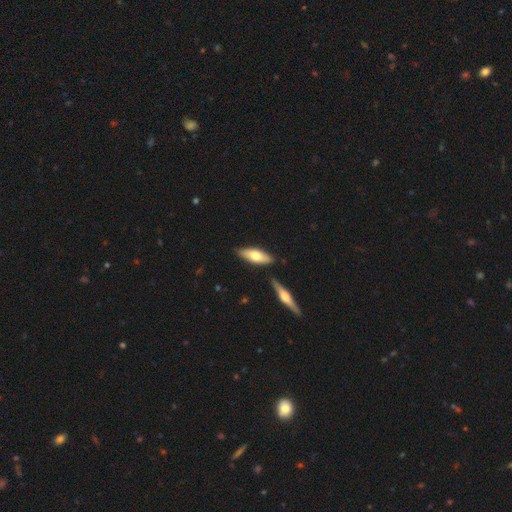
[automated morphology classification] This appears to be a smooth galaxy with no disk features (61%) that is in between round and cigar-shaped (61%). Merging: none (81%).